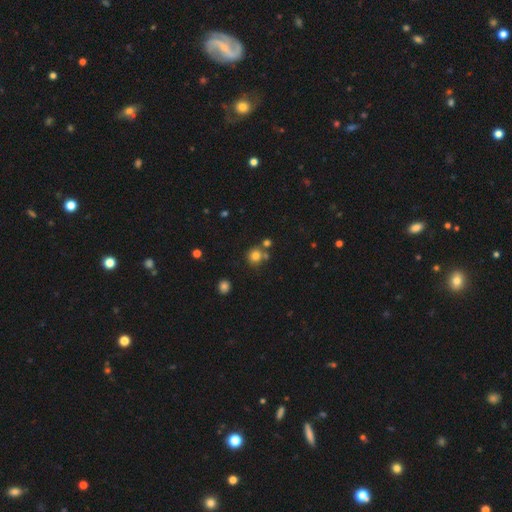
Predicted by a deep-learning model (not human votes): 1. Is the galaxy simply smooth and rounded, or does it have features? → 79% smooth, 14% star or artifact, 7% featured or disk.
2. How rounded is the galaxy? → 88% round, 11% in between, 1% cigar-shaped.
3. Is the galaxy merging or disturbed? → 65% none, 21% merger, 10% minor disturbance, 4% major disturbance.